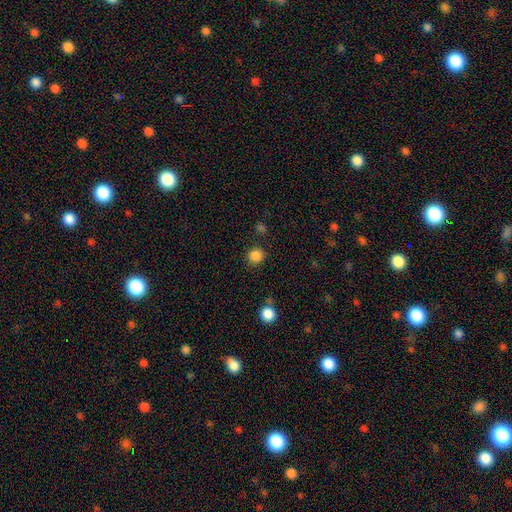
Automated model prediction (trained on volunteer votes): Smooth or featured? Predicted: smooth (p=0.85). How rounded? Predicted: round (p=0.91). Merging? Predicted: none (p=0.87).